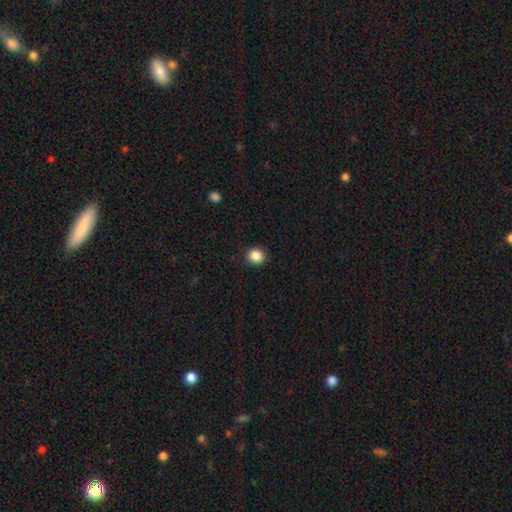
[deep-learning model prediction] Overall: smooth (87%). How rounded: round (87%). Merging: none (91%).